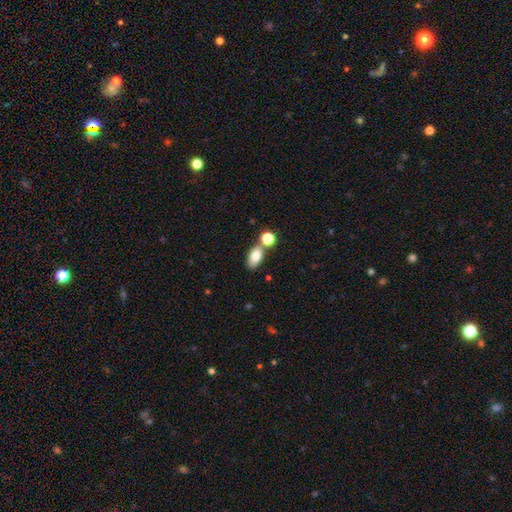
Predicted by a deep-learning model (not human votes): A smooth galaxy with no disk features (78%) that is in between round and cigar-shaped (88%). Merging: none (62%).